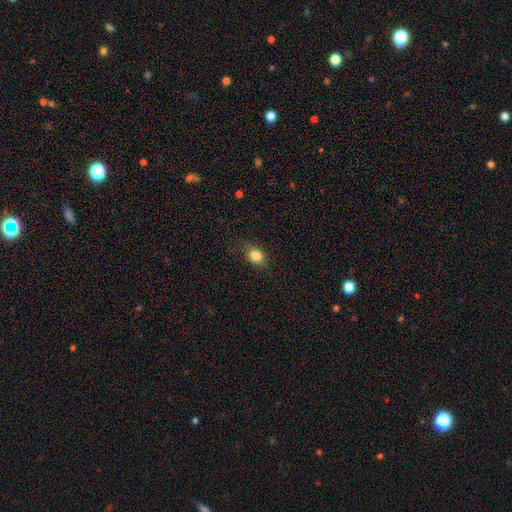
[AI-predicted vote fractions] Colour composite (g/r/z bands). It shows a smooth galaxy with no disk features (82%) that is in between round and cigar-shaped (51%). Merging: none (77%).